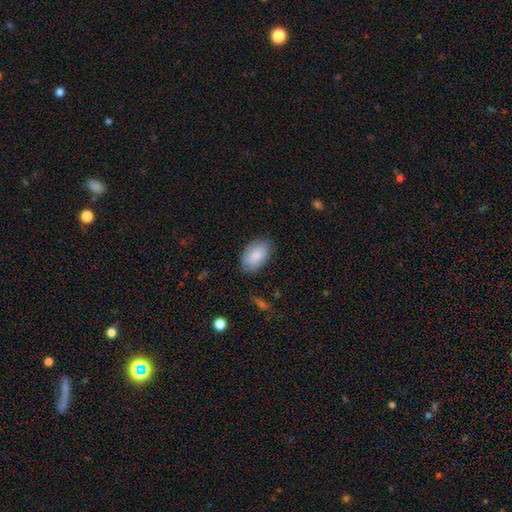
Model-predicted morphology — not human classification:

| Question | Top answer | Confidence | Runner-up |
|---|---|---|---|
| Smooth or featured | smooth | 83% | featured or disk (11%) |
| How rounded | in between | 93% | round (6%) |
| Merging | none | 79% | minor disturbance (16%) |